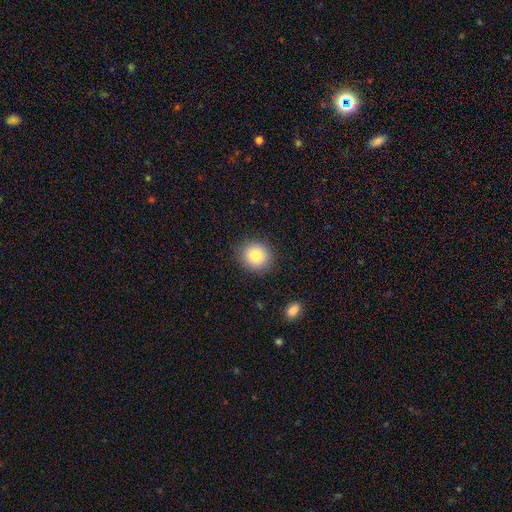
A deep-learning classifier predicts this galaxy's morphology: type=smooth (81%); roundness=round (86%); merging=none (89%).